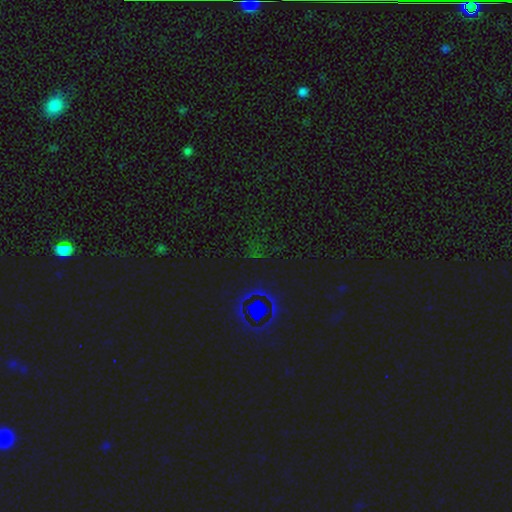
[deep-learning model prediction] Smooth or featured? Predicted: star or artifact (p=0.77).